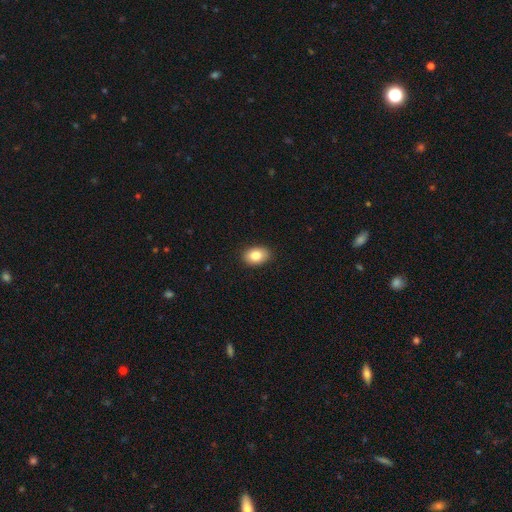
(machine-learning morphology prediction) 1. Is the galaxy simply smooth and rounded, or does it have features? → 83% smooth, 9% featured or disk, 8% star or artifact.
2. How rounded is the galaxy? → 81% in between, 18% round, 1% cigar-shaped.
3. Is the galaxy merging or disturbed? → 90% none, 8% minor disturbance, 2% major disturbance, 1% merger.